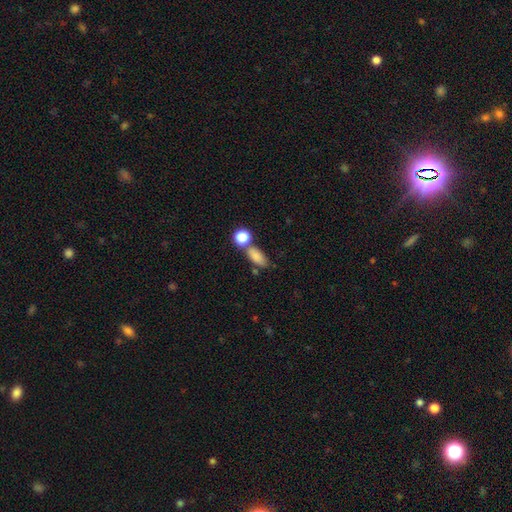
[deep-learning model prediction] Smooth or featured? smooth (82%)
How rounded? in between (79%)
Merging? none (56%)